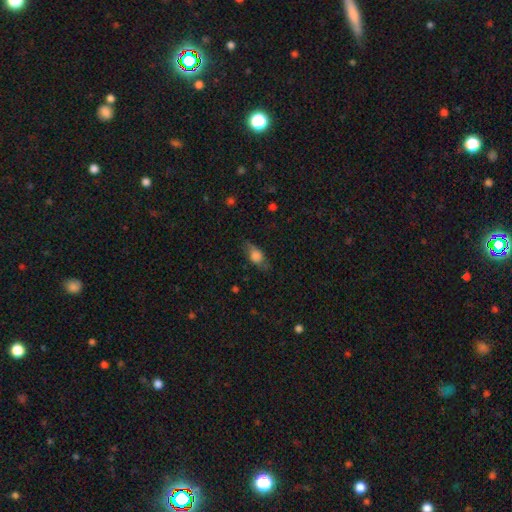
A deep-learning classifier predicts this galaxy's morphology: Smooth or featured?
  - smooth: 67% *
  - featured or disk: 24%
  - star or artifact: 10%
How rounded?
  - in between: 76% *
  - cigar-shaped: 14%
  - round: 10%
Merging?
  - none: 68% *
  - minor disturbance: 22%
  - major disturbance: 9%
  - merger: 1%